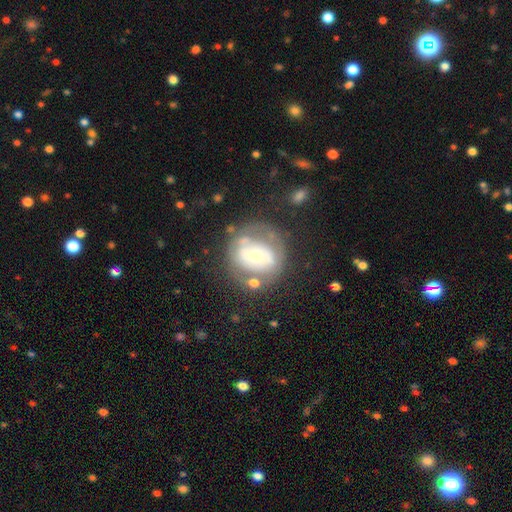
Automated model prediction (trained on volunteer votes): smooth-or-featured: featured or disk: 59% | smooth: 34% | star or artifact: 8%
  disk-edge-on: no: 95% | yes: 5%
    bar: no: 63% | weak: 23% | strong: 14%
    has-spiral-arms: no: 68% | yes: 32%
    bulge-size: moderate: 53% | small: 33% | large: 10% | dominant: 2% | none: 2%
  merging: none: 56% | minor disturbance: 19% | major disturbance: 17% | merger: 8%